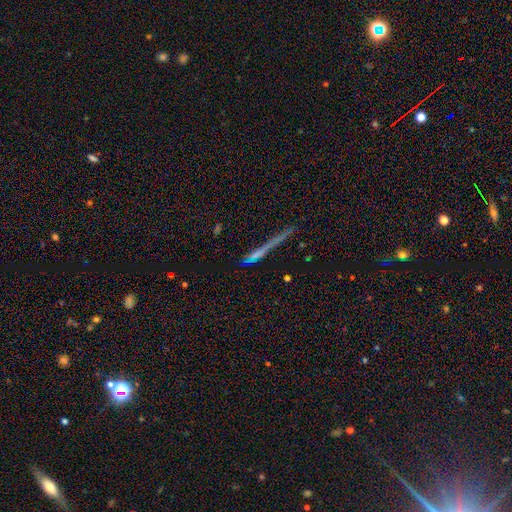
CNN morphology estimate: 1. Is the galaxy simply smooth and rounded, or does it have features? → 44% smooth, 33% featured or disk, 23% star or artifact.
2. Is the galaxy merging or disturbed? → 67% none, 16% minor disturbance, 10% major disturbance, 8% merger.